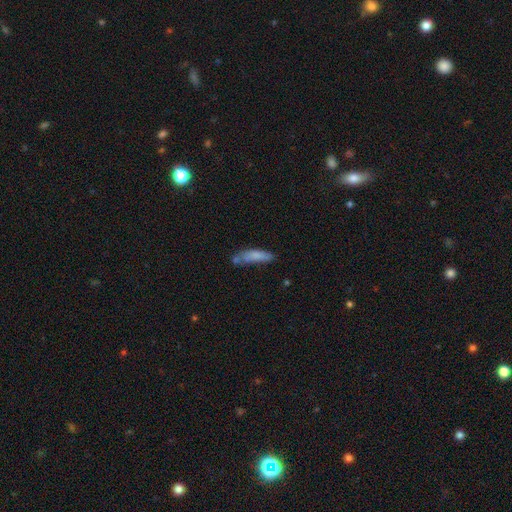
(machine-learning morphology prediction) Overall: smooth (74%). How rounded: cigar-shaped (59%; in between 39%). Merging: none (47%; minor disturbance 25%).